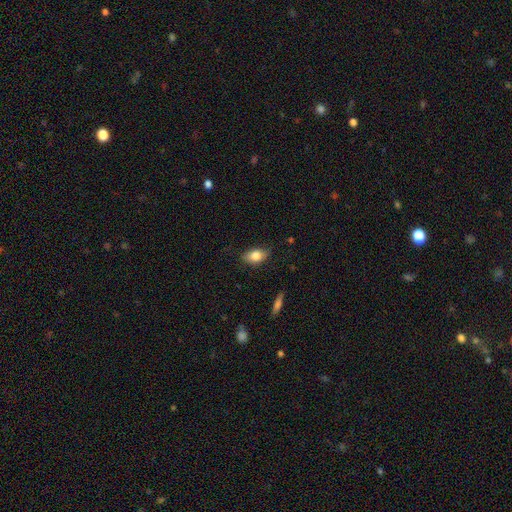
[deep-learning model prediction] A smooth galaxy with no disk features (80%) that is in between round and cigar-shaped (86%). Merging: none (79%).